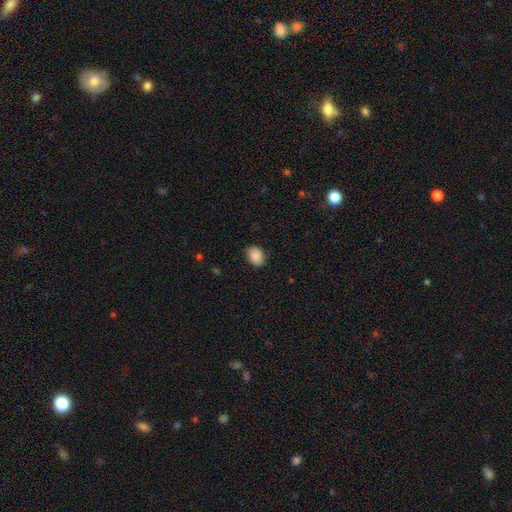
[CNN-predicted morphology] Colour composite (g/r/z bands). It shows a smooth galaxy with no disk features (88%) that is in between round and cigar-shaped (68%). Merging: none (84%).